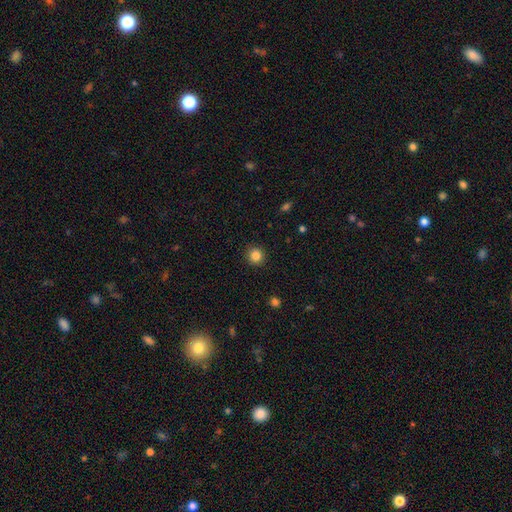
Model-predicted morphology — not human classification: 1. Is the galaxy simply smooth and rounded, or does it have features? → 85% smooth, 11% star or artifact, 4% featured or disk.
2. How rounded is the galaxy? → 93% round, 6% in between, 1% cigar-shaped.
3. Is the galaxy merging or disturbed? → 91% none, 6% minor disturbance, 2% major disturbance, 1% merger.